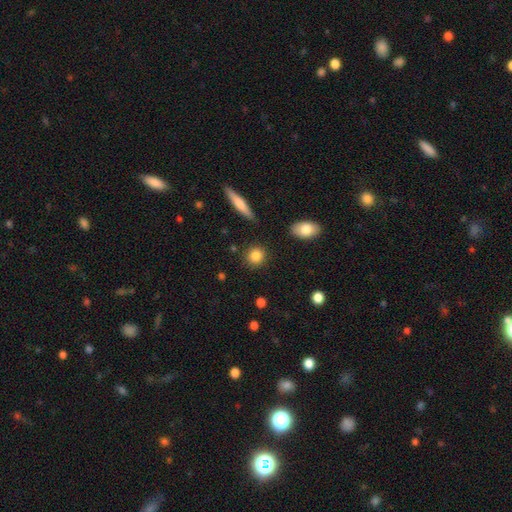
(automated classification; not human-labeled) This appears to be a smooth galaxy with no disk features (85%) that is round (83%). Merging: none (88%).